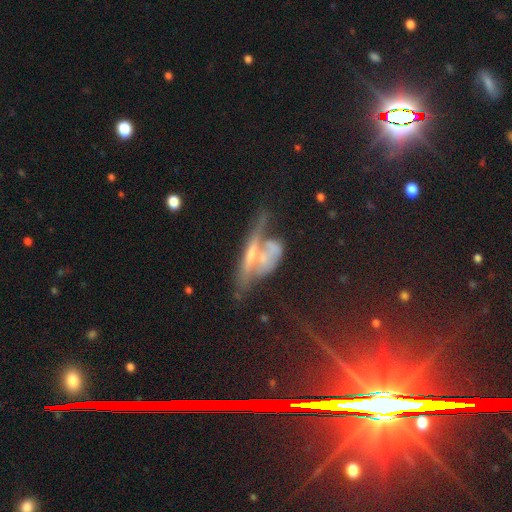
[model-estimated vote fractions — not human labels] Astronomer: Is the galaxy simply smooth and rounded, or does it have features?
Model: featured or disk — 59%.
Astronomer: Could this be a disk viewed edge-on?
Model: yes — 54% (runner-up: no, 46%).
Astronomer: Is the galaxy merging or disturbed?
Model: merger — 53%.